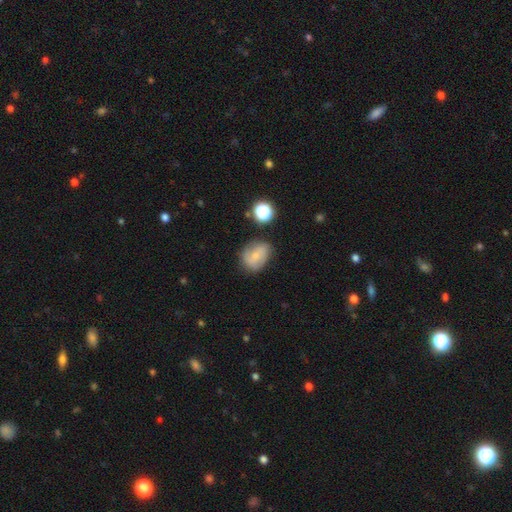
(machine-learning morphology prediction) Smooth or featured?
  - smooth: 57% *
  - featured or disk: 32%
  - star or artifact: 11%
How rounded?
  - in between: 55% *
  - round: 44%
  - cigar-shaped: 1%
Merging?
  - none: 62% *
  - minor disturbance: 25%
  - major disturbance: 8%
  - merger: 4%